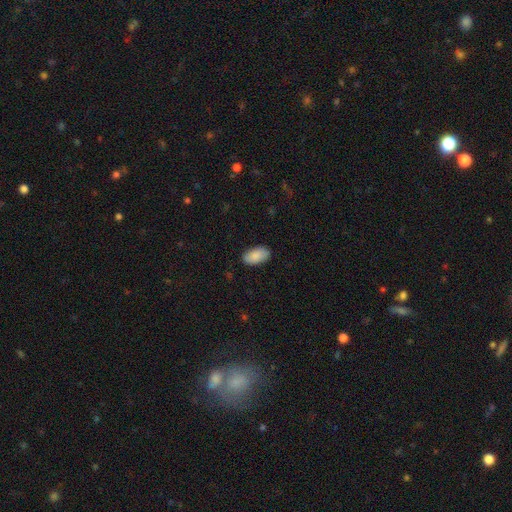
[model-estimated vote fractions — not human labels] Smooth or featured? smooth (89%)
How rounded? in between (95%)
Merging? none (87%)